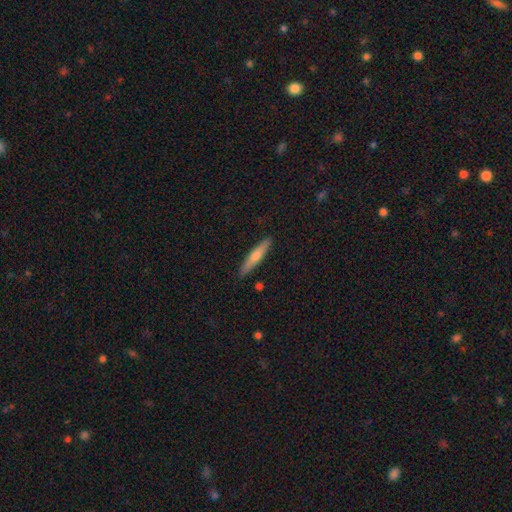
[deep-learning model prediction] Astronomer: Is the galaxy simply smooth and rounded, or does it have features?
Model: smooth — 55% (runner-up: featured or disk, 39%).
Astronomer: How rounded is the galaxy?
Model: cigar-shaped — 89%.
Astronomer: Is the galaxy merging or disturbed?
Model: none — 90%.